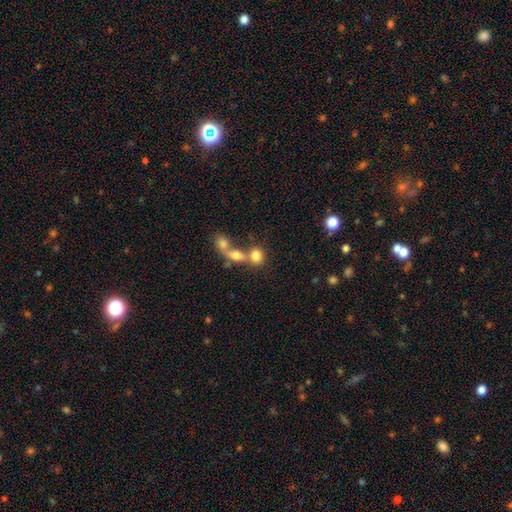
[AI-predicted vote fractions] Smooth or featured? smooth (77%)
How rounded? round (65%)
Merging? merger (54%)